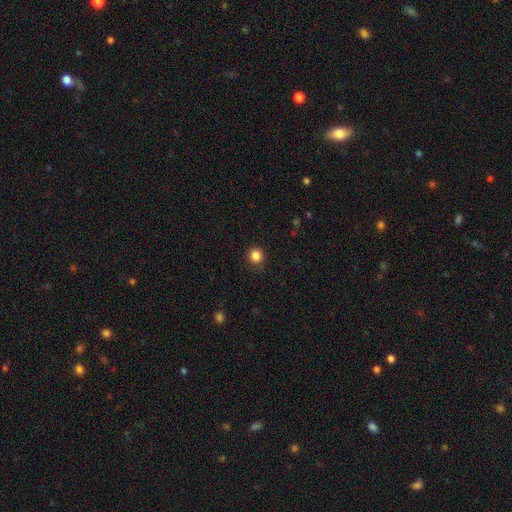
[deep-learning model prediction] Q: Smooth or featured?
A: smooth (85%); runner-up: star or artifact (12%)
Q: How rounded?
A: round (90%); runner-up: in between (9%)
Q: Merging?
A: none (86%); runner-up: minor disturbance (10%)